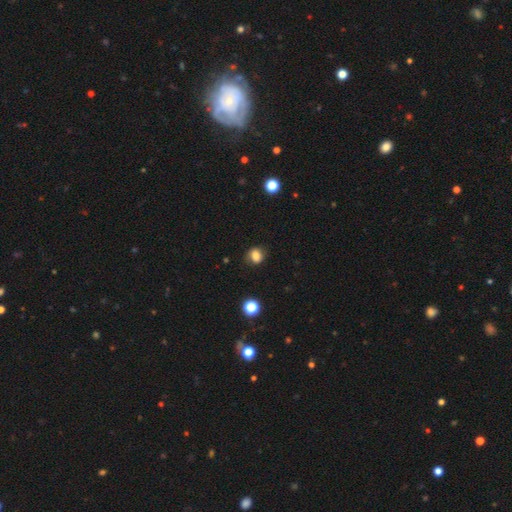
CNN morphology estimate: type=smooth (80%); roundness=round (58%); merging=none (79%).